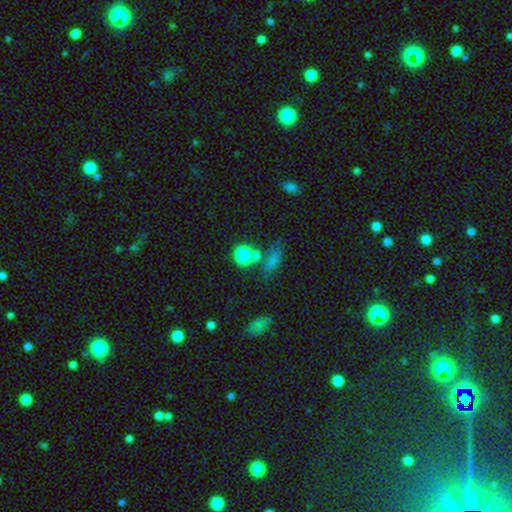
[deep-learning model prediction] smooth_or_featured: smooth (p=0.65) [alt: star or artifact p=0.26]
how_rounded: round (p=0.74) [alt: in between p=0.21]
merging: none (p=0.61) [alt: merger p=0.20]